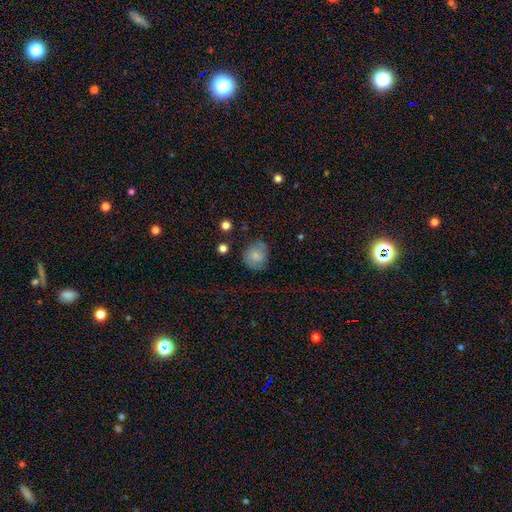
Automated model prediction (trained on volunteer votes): Smooth or featured?
  - smooth: 77% *
  - featured or disk: 15%
  - star or artifact: 8%
How rounded?
  - round: 75% *
  - in between: 24%
  - cigar-shaped: 1%
Merging?
  - none: 71% *
  - minor disturbance: 21%
  - major disturbance: 6%
  - merger: 2%